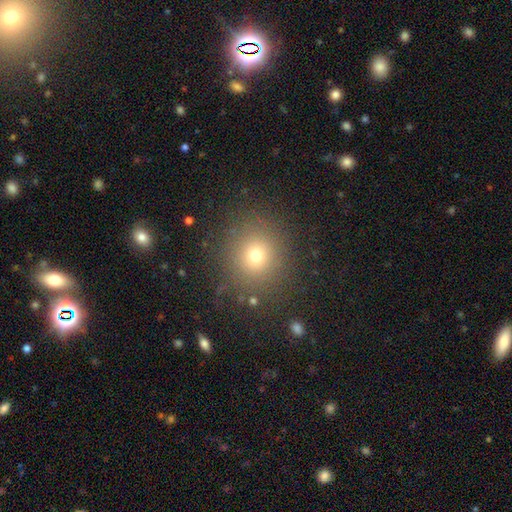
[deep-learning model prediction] Overall: smooth (71%). How rounded: round (89%). Merging: none (87%).